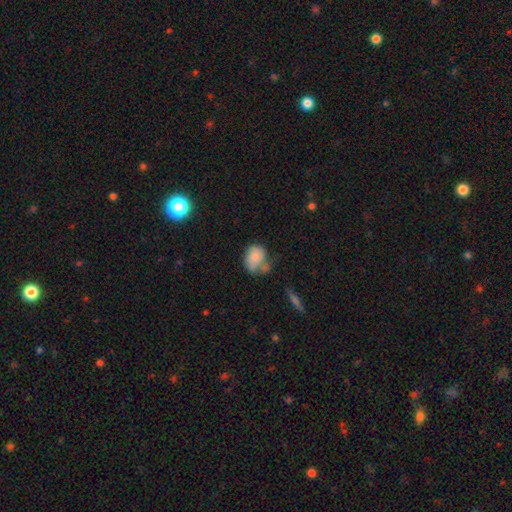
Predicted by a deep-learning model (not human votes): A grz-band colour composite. It shows a smooth galaxy with no disk features (74%) that is in between round and cigar-shaped (62%). Merging: none (38%).